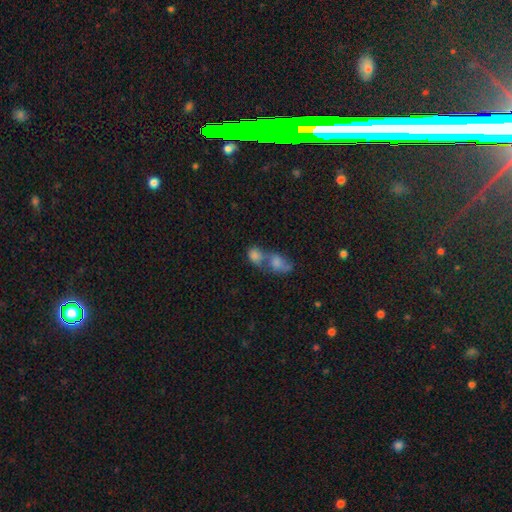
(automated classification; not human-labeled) Smooth or featured? Predicted: smooth (p=0.71). How rounded? Predicted: in between (p=0.60). Merging? Predicted: merger (p=0.70).